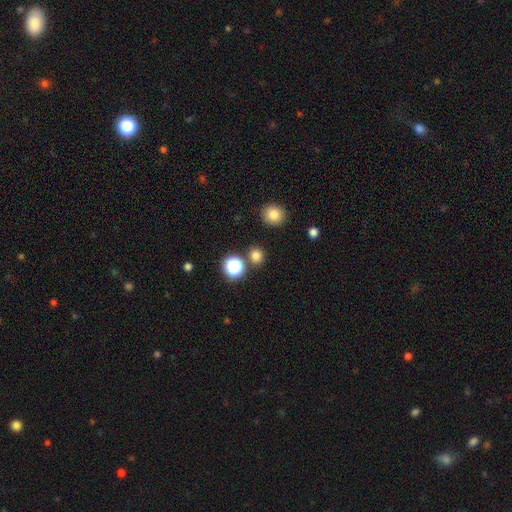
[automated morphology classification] Smooth or featured?
  - smooth: 75% *
  - star or artifact: 20%
  - featured or disk: 5%
How rounded?
  - round: 86% *
  - in between: 13%
  - cigar-shaped: 1%
Merging?
  - none: 83% *
  - merger: 7%
  - minor disturbance: 7%
  - major disturbance: 3%